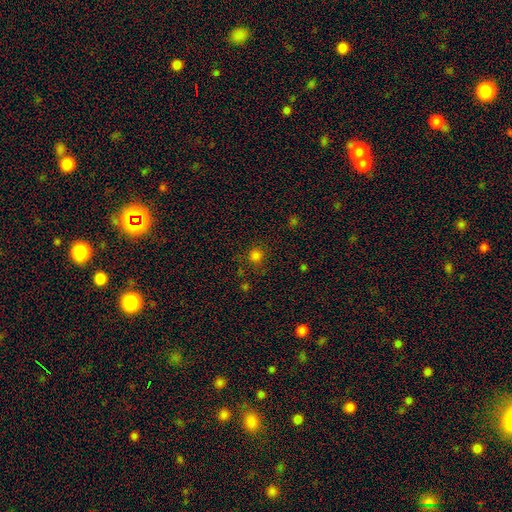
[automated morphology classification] This is likely a smooth galaxy (76%). How rounded: clearly round (91%). Merging: clearly none (81%).